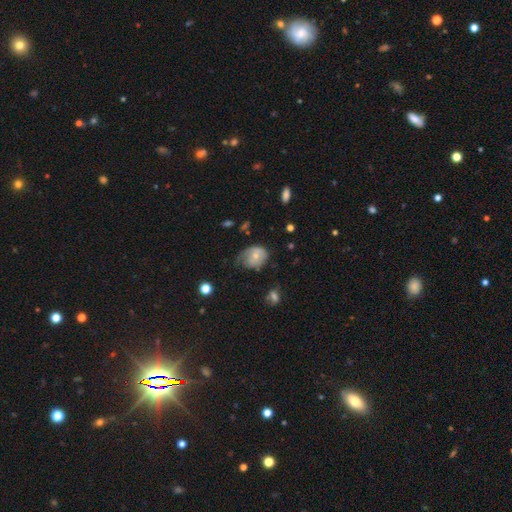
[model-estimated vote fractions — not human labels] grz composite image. It shows a smooth galaxy with no disk features (50%). Merging: minor disturbance (36%).